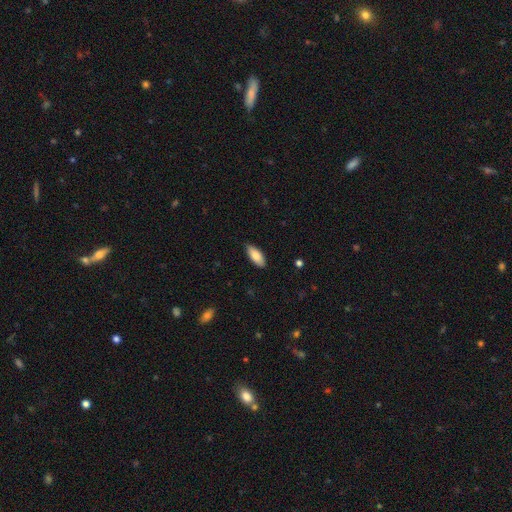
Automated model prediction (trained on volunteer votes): Overall: smooth (83%). How rounded: in between (84%). Merging: none (86%).